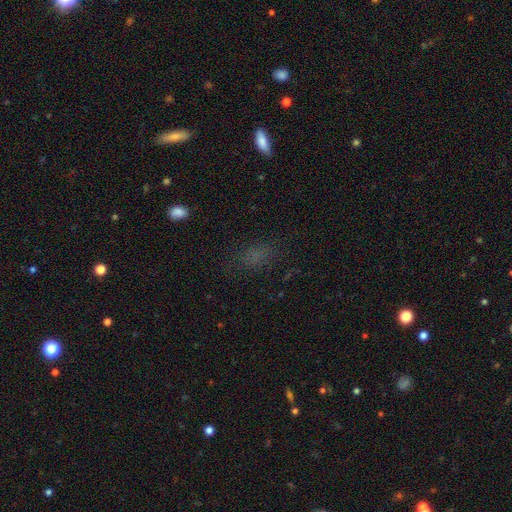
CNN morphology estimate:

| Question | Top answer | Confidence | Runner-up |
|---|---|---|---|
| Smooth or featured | smooth | 63% | star or artifact (24%) |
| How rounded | in between | 78% | round (13%) |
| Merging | none | 70% | minor disturbance (17%) |